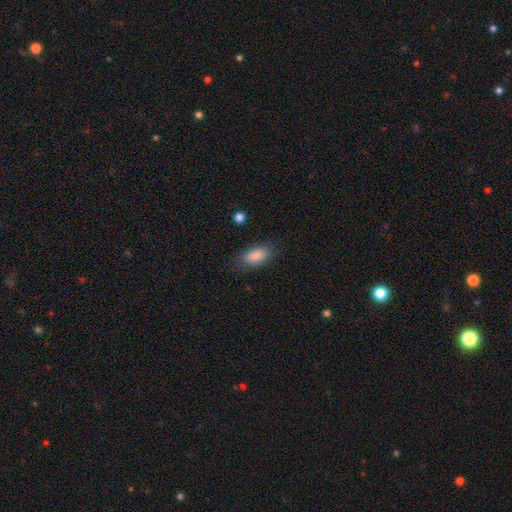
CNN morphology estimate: Smooth or featured?
  - smooth: 87% *
  - star or artifact: 7%
  - featured or disk: 6%
How rounded?
  - in between: 88% *
  - cigar-shaped: 8%
  - round: 3%
Merging?
  - none: 80% *
  - minor disturbance: 14%
  - major disturbance: 4%
  - merger: 1%